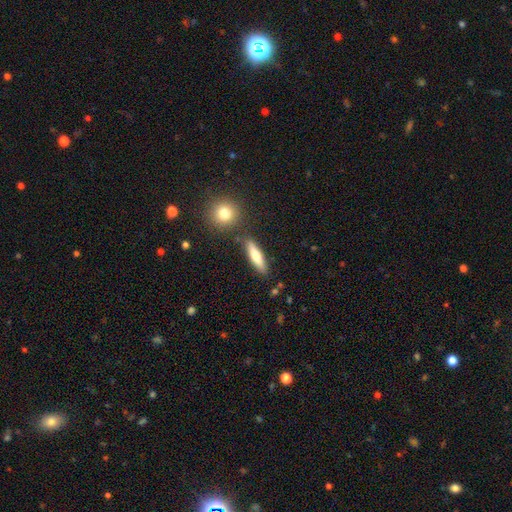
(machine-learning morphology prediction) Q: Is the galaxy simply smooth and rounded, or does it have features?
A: smooth — 62%.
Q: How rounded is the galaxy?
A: cigar-shaped — 70%.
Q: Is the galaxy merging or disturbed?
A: none — 82%.